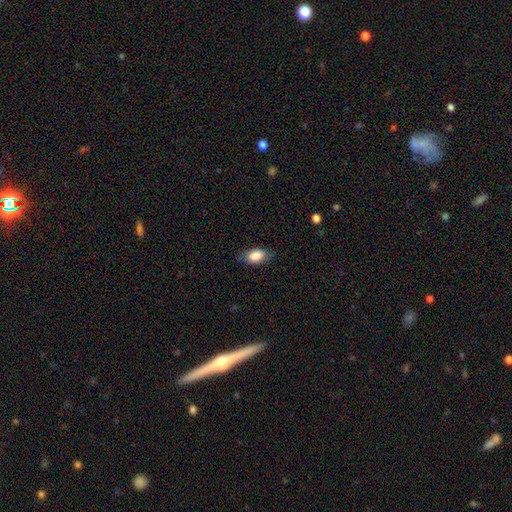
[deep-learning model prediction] Q: Smooth or featured?
A: smooth (84%); runner-up: featured or disk (9%)
Q: How rounded?
A: in between (90%); runner-up: round (5%)
Q: Merging?
A: none (80%); runner-up: minor disturbance (16%)